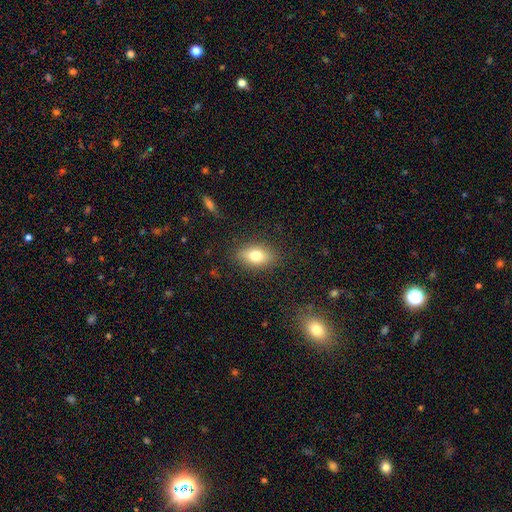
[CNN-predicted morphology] A smooth galaxy with no disk features (75%) that is in between round and cigar-shaped (84%). Merging: none (85%).